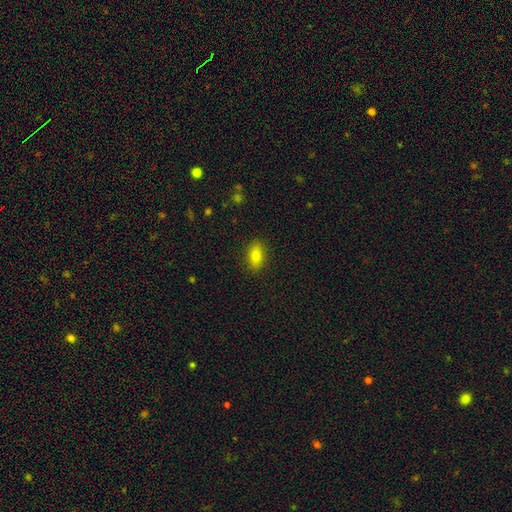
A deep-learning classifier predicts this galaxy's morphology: type=smooth (84%); roundness=in between (88%); merging=none (88%).